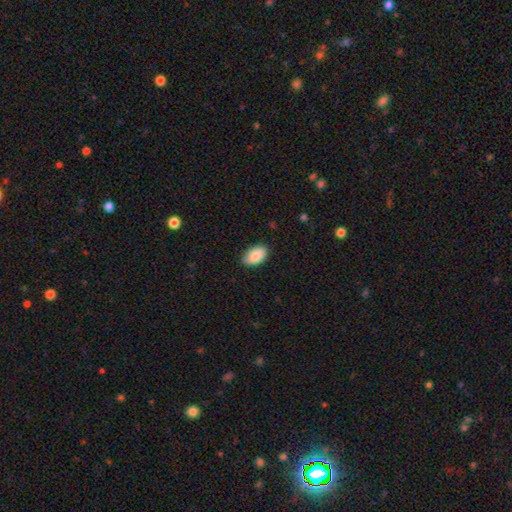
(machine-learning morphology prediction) A smooth galaxy with no disk features (87%) that is in between round and cigar-shaped (94%).

Vote fractions:
- Smooth or featured? smooth: 87% / featured or disk: 7% / star or artifact: 6%
- How rounded? in between: 94% / round: 4% / cigar-shaped: 2%
- Merging? none: 84% / minor disturbance: 13% / major disturbance: 2% / merger: 1%